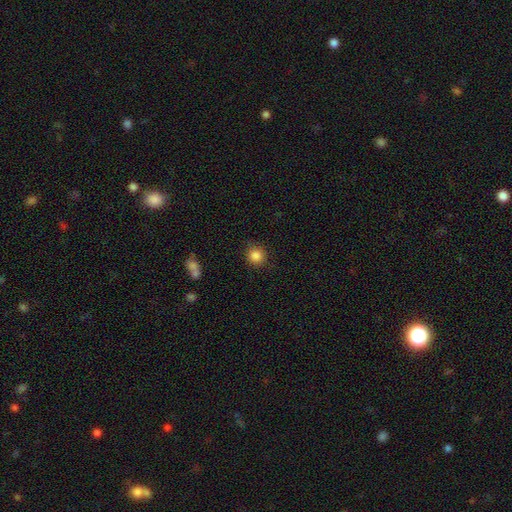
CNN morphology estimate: Smooth or featured?
  - smooth: 86% *
  - star or artifact: 11%
  - featured or disk: 4%
How rounded?
  - round: 91% *
  - in between: 8%
  - cigar-shaped: 1%
Merging?
  - none: 86% *
  - minor disturbance: 10%
  - major disturbance: 3%
  - merger: 2%